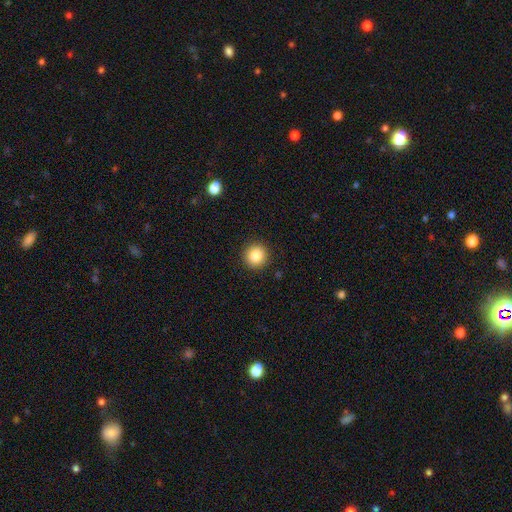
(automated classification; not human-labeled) Morphology: type=smooth (86%); roundness=round (93%); merging=none (92%).